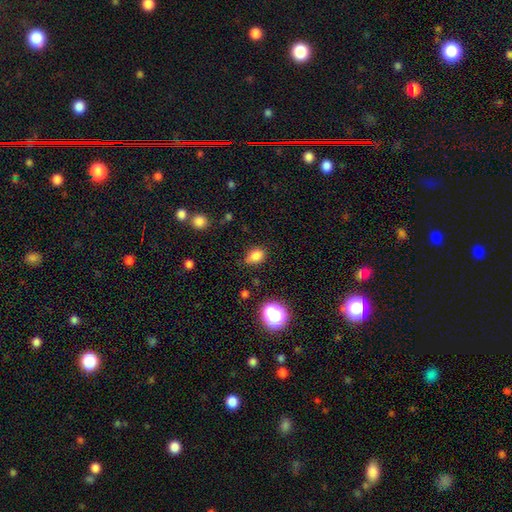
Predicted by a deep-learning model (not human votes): smooth_or_featured: smooth (p=0.81) [alt: star or artifact p=0.13]
how_rounded: in between (p=0.68) [alt: round p=0.30]
merging: none (p=0.73) [alt: minor disturbance p=0.20]